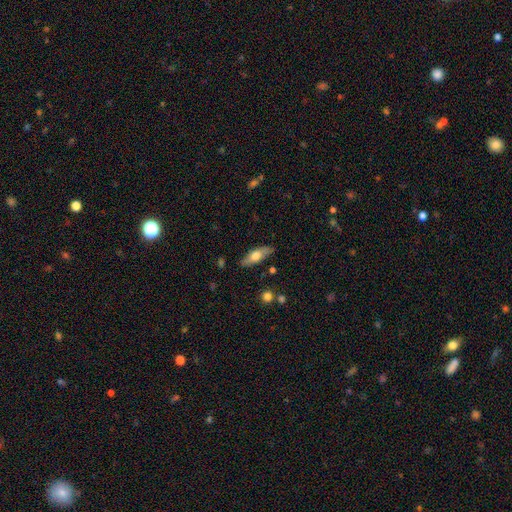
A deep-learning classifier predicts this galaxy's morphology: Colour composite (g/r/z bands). It shows a smooth galaxy with no disk features (60%) that is in between round and cigar-shaped (64%). Merging: none (82%).